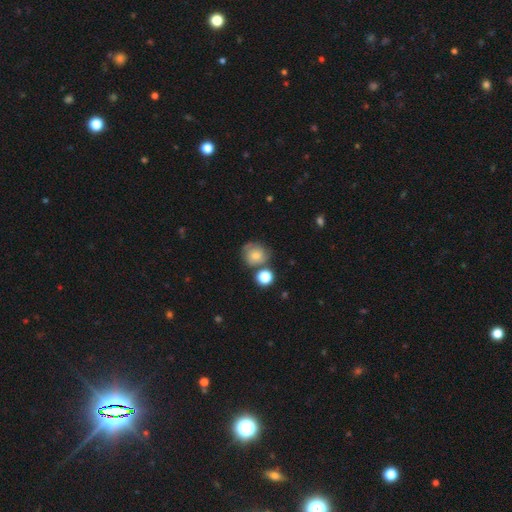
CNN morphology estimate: smooth_or_featured: smooth (p=0.66) [alt: featured or disk p=0.23]
how_rounded: round (p=0.83) [alt: in between p=0.16]
merging: none (p=0.57) [alt: minor disturbance p=0.20]